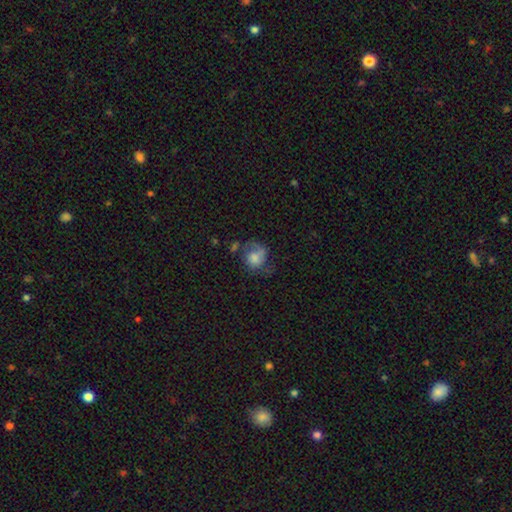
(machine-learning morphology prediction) The model was most divided on "smooth or featured" (2-way tie): featured or disk: 44%, smooth: 44%, star or artifact: 12%. Remaining: merging — none (45%).